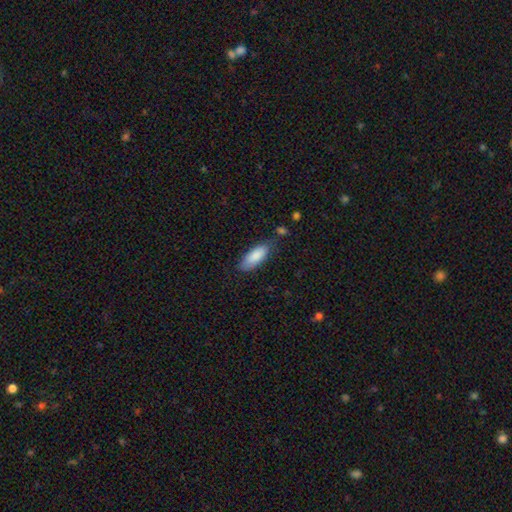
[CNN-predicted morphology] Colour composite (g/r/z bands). It shows a smooth galaxy with no disk features (86%) that is in between round and cigar-shaped (75%). Merging: none (73%).